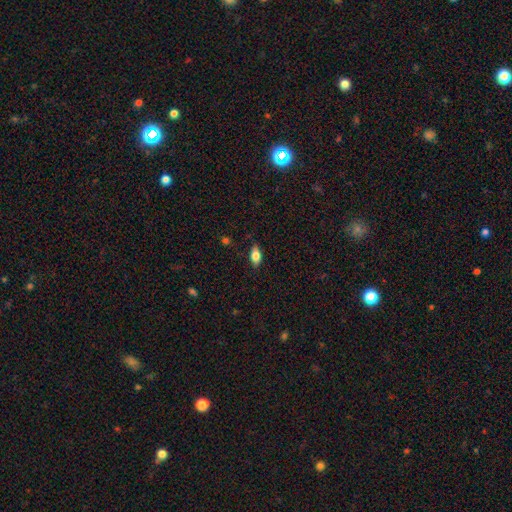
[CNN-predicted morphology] The model was most divided on "smooth or featured": smooth: 75%, featured or disk: 18%, star or artifact: 8%. More confident: how rounded — in between (86%); merging — none (84%).